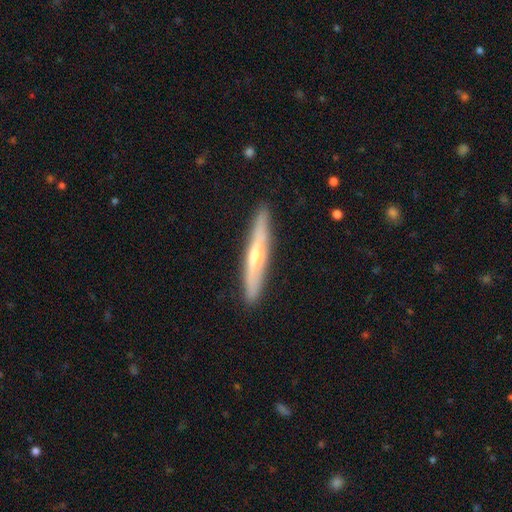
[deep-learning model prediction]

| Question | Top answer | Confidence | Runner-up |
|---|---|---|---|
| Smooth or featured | featured or disk | 59% | smooth (35%) |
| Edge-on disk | yes | 91% | no (9%) |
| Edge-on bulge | rounded | 73% | none (23%) |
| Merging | none | 90% | minor disturbance (8%) |